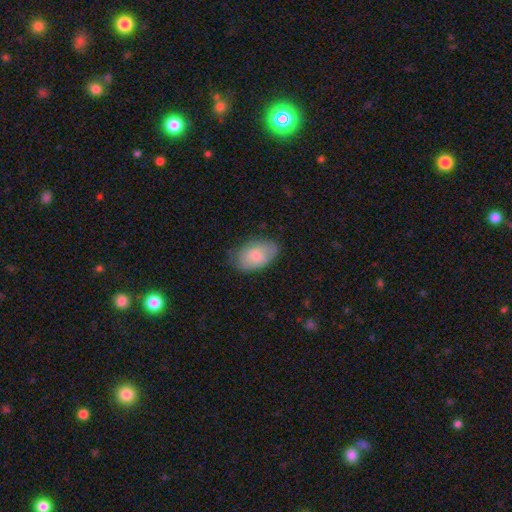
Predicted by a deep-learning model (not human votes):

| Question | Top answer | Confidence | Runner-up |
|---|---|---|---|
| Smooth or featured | smooth | 73% | featured or disk (20%) |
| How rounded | in between | 93% | round (6%) |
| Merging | none | 70% | minor disturbance (23%) |